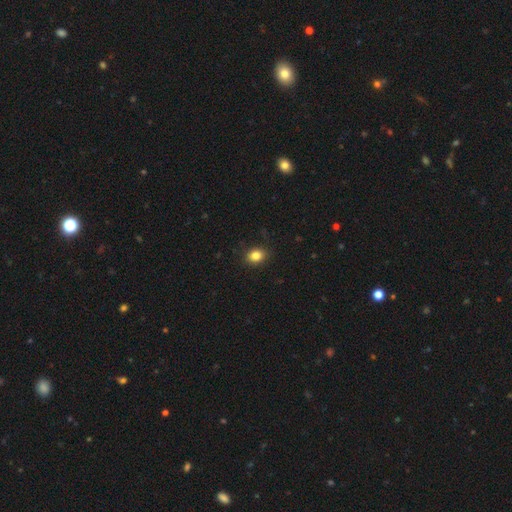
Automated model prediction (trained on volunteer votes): This appears to be a smooth galaxy with no disk features (84%) that is in between round and cigar-shaped (53%). Merging: none (88%).